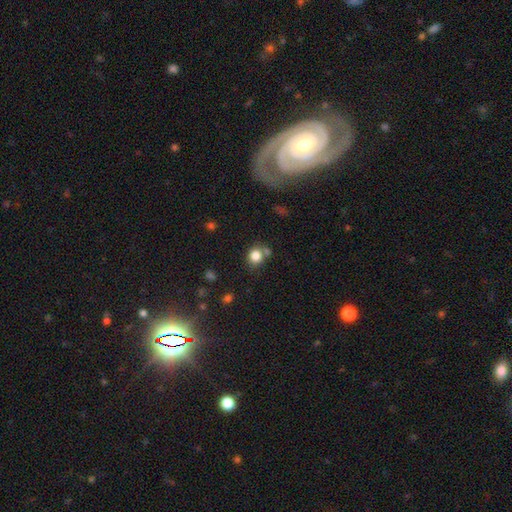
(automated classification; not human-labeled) smooth-or-featured: smooth: 81% | star or artifact: 12% | featured or disk: 7%
  how-rounded: round: 80% | in between: 19% | cigar-shaped: 1%
  merging: none: 65% | merger: 18% | minor disturbance: 13% | major disturbance: 4%